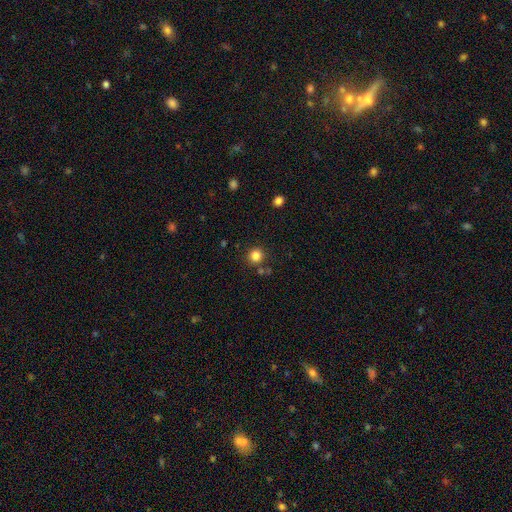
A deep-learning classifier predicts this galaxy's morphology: smooth_or_featured: smooth (p=0.83) [alt: star or artifact p=0.12]
how_rounded: round (p=0.91) [alt: in between p=0.08]
merging: none (p=0.81) [alt: minor disturbance p=0.09]